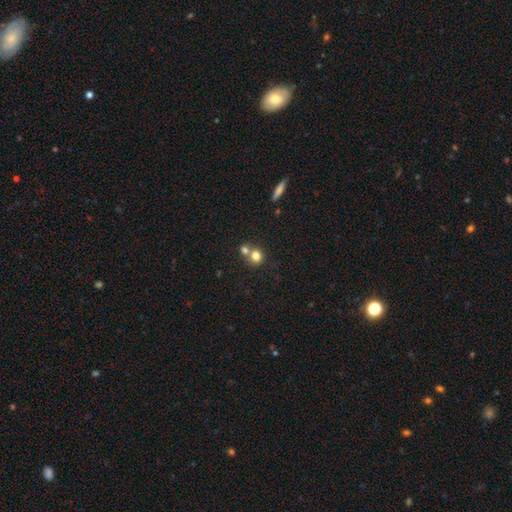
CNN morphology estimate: Q: Smooth or featured?
A: smooth (77%); runner-up: star or artifact (12%)
Q: How rounded?
A: round (82%); runner-up: in between (17%)
Q: Merging?
A: merger (52%); runner-up: none (40%)